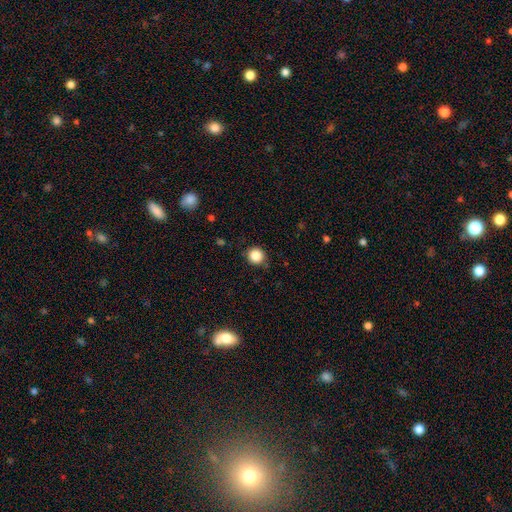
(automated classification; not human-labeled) A smooth galaxy with no disk features (86%) that is round (92%). Merging: none (86%).